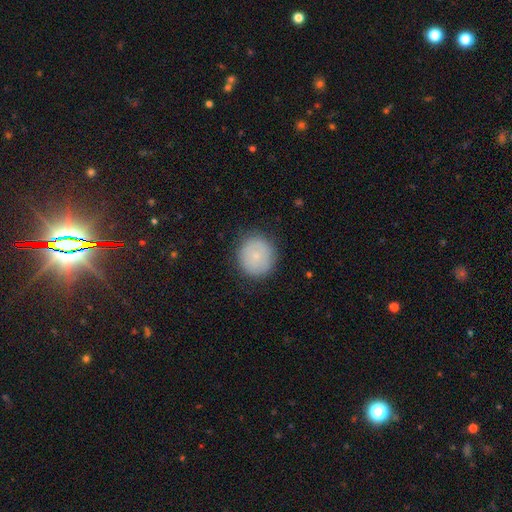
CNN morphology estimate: A smooth galaxy with no disk features (76%) that is round (88%).

Vote fractions:
- Smooth or featured? smooth: 76% / featured or disk: 16% / star or artifact: 8%
- How rounded? round: 88% / in between: 11% / cigar-shaped: 1%
- Merging? none: 86% / minor disturbance: 10% / major disturbance: 3% / merger: 1%